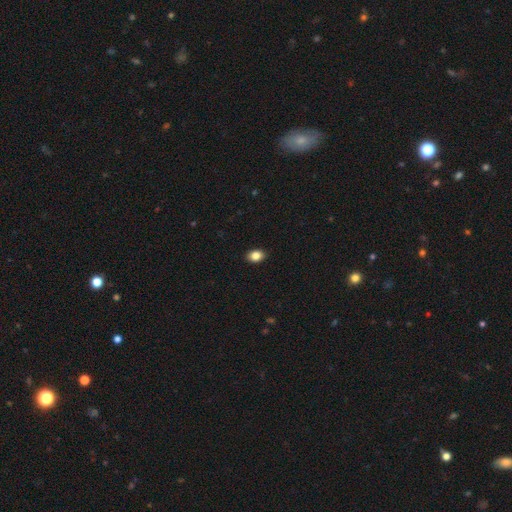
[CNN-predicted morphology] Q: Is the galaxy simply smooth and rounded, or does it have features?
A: smooth — 85%.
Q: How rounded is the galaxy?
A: in between — 74%.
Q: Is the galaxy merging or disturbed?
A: none — 89%.